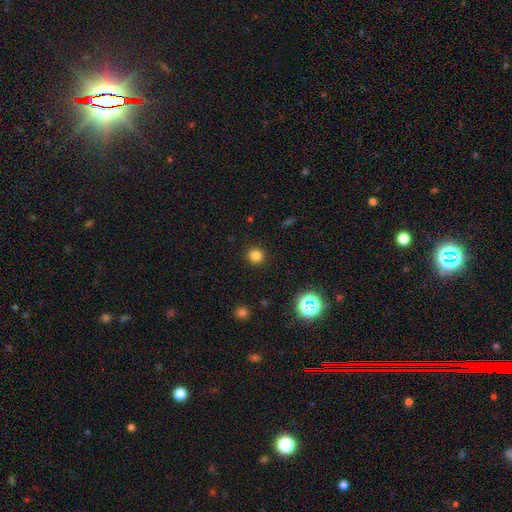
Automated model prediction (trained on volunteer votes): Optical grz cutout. It shows a smooth galaxy with no disk features (81%) that is round (92%). Merging: none (91%).